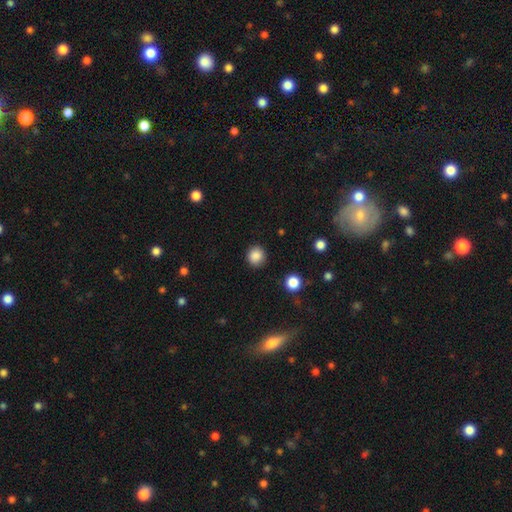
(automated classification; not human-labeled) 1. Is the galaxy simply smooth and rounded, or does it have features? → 87% smooth, 10% star or artifact, 3% featured or disk.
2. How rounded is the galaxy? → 91% round, 8% in between, 1% cigar-shaped.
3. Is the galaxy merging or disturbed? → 90% none, 7% minor disturbance, 2% major disturbance, 1% merger.